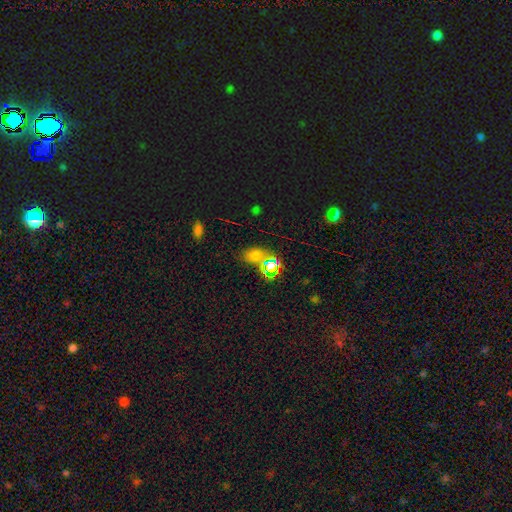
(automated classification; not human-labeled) smooth 56%, star or artifact 36%, featured or disk 8%. Down the decision tree: how rounded — in between (67%); merging — none (69%).